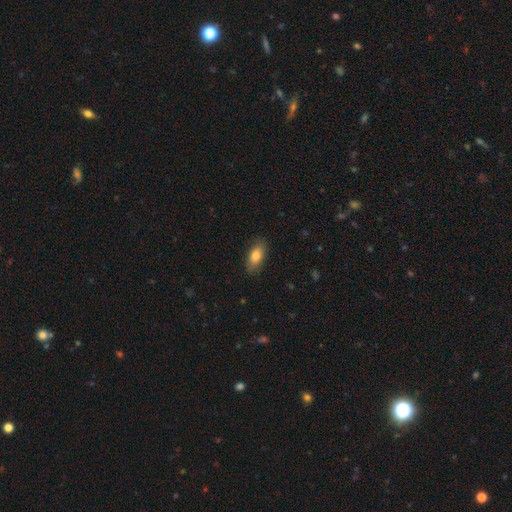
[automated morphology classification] A smooth galaxy with no disk features (80%) that is in between round and cigar-shaped (87%). Merging: none (84%).